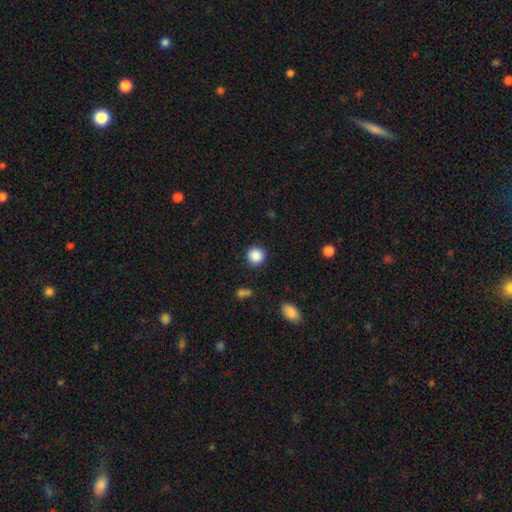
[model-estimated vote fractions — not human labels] Q: Smooth or featured?
A: smooth (88%); runner-up: star or artifact (9%)
Q: How rounded?
A: round (93%); runner-up: in between (6%)
Q: Merging?
A: none (89%); runner-up: minor disturbance (7%)